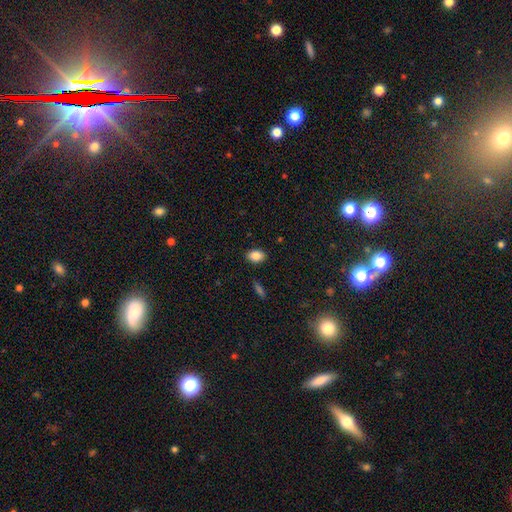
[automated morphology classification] A smooth galaxy with no disk features (86%) that is in between round and cigar-shaped (80%). Merging: none (87%).